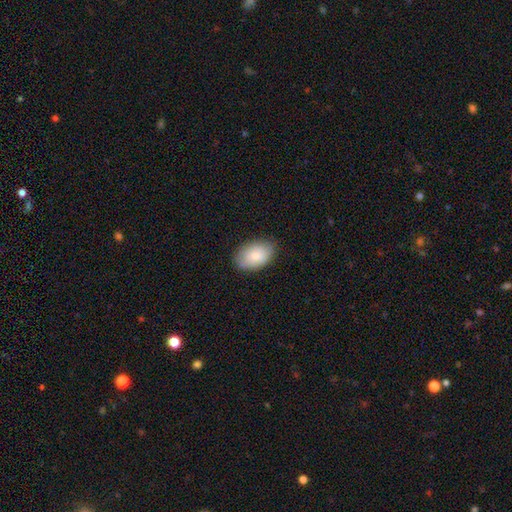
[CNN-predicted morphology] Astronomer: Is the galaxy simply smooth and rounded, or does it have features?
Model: smooth — 81%.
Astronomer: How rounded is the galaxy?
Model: in between — 89%.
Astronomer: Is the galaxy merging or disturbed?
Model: none — 81%.